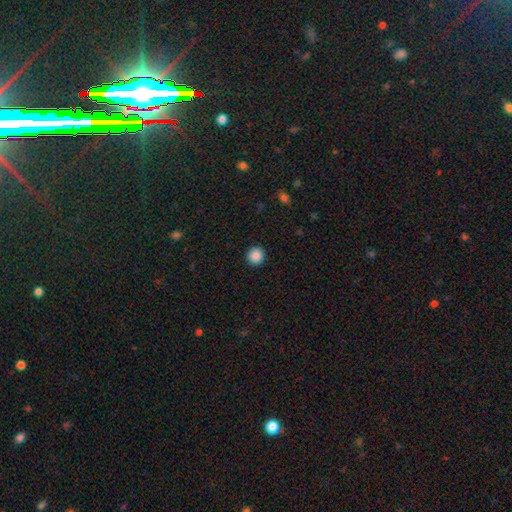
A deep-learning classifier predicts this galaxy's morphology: Smooth or featured? Predicted: smooth (p=0.88). How rounded? Predicted: round (p=0.95). Merging? Predicted: none (p=0.92).